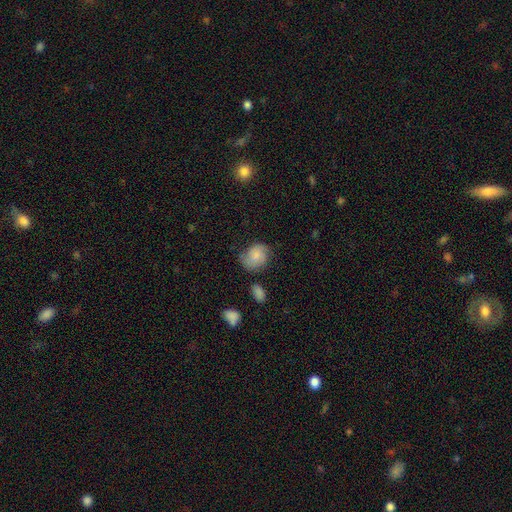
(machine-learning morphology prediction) A smooth galaxy with no disk features (66%) that is round (52%). Merging: none (60%).